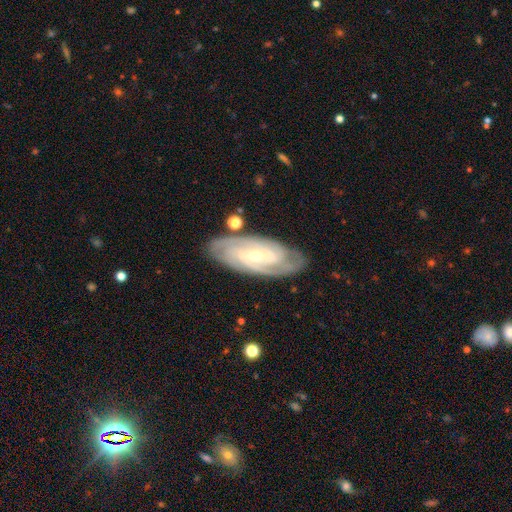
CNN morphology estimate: This is clearly a featured or disk galaxy (87%). It is clearly not viewed edge-on (92%). Bar: marginally weak (41%). Spiral arm pattern: clearly yes (97%). Spiral arm count: marginally 2 (35%). Spiral winding: likely tight (67%). Central bulge: possibly small (55%). Merging: clearly none (81%).